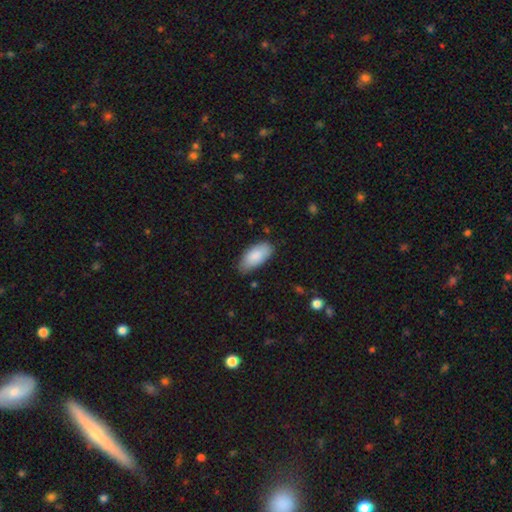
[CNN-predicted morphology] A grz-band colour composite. It shows a smooth galaxy with no disk features (86%) that is in between round and cigar-shaped (92%). Merging: none (78%).